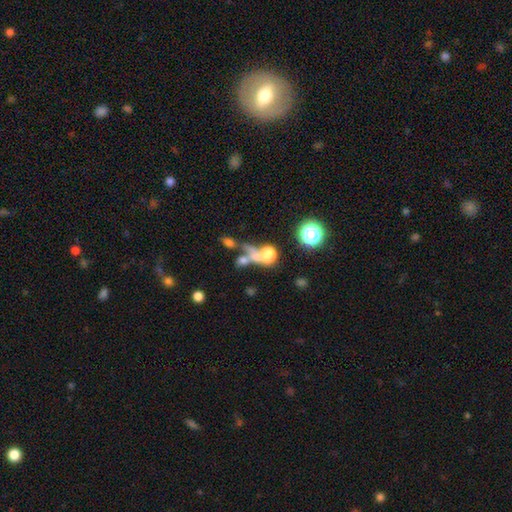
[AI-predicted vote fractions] Smooth or featured? smooth (58%)
How rounded? round (64%)
Merging? merger (44%)